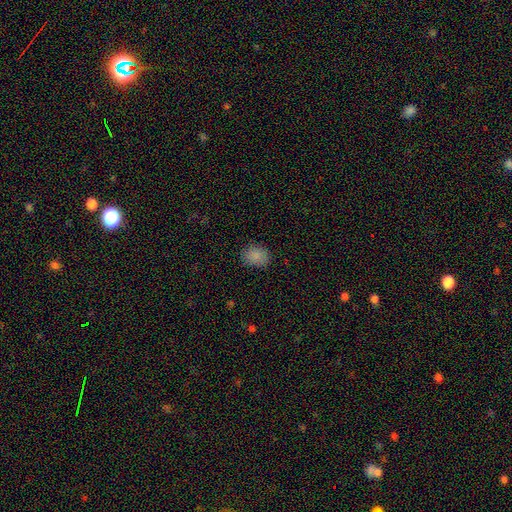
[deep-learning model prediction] smooth_or_featured: smooth (p=0.86) [alt: star or artifact p=0.10]
how_rounded: in between (p=0.55) [alt: round p=0.44]
merging: none (p=0.83) [alt: minor disturbance p=0.13]